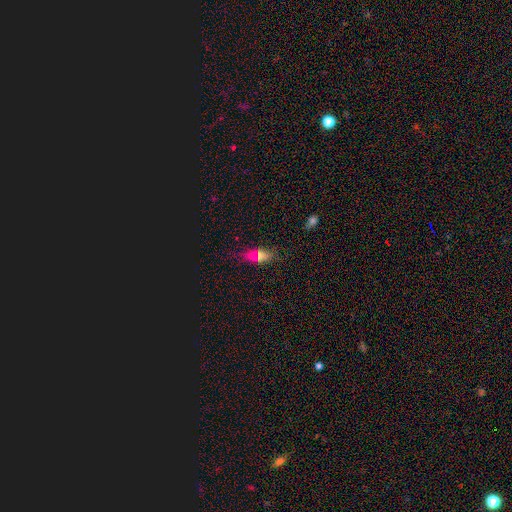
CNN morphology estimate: Overall: smooth (64%). How rounded: in between (60%; cigar-shaped 35%). Merging: none (78%).